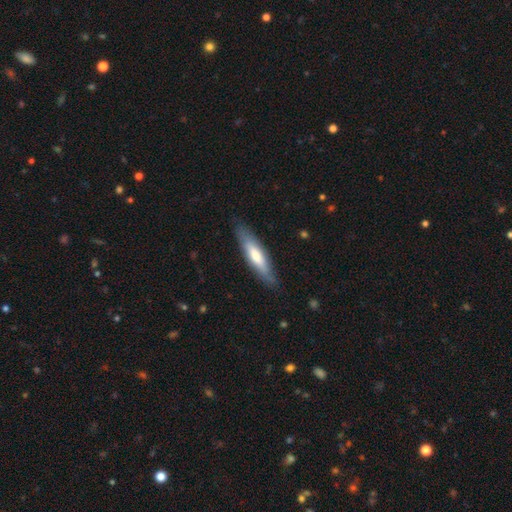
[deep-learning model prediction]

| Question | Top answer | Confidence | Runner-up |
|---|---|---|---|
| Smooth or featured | smooth | 59% | featured or disk (36%) |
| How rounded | cigar-shaped | 77% | in between (22%) |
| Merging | none | 85% | minor disturbance (12%) |